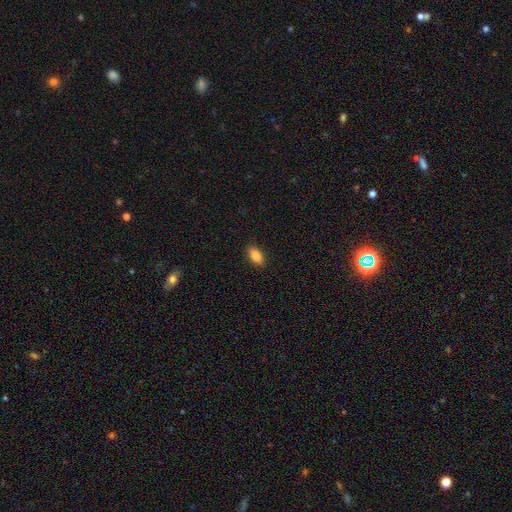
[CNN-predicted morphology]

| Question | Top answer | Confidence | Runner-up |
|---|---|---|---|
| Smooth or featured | smooth | 85% | star or artifact (8%) |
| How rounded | in between | 88% | cigar-shaped (8%) |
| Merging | none | 88% | minor disturbance (9%) |